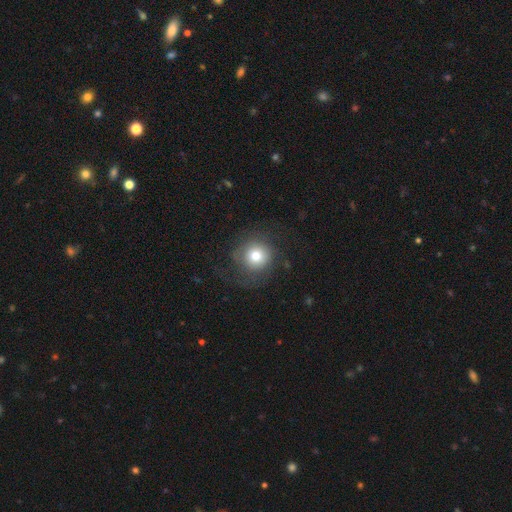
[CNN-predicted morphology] Smooth or featured?
  - smooth: 72% *
  - featured or disk: 17%
  - star or artifact: 11%
How rounded?
  - round: 92% *
  - in between: 7%
  - cigar-shaped: 1%
Merging?
  - none: 68% *
  - minor disturbance: 16%
  - major disturbance: 15%
  - merger: 1%